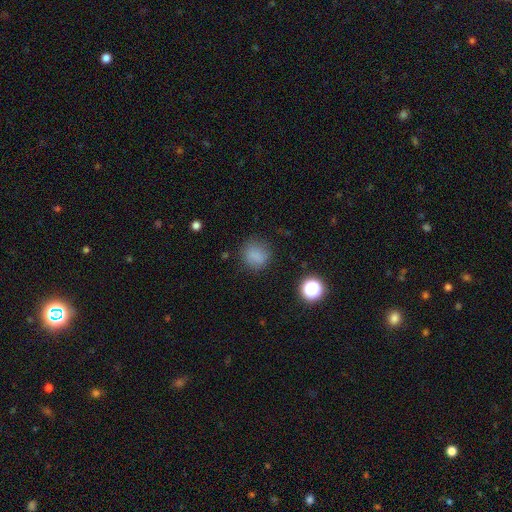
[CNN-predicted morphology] Smooth or featured? smooth (80%)
How rounded? round (83%)
Merging? none (79%)